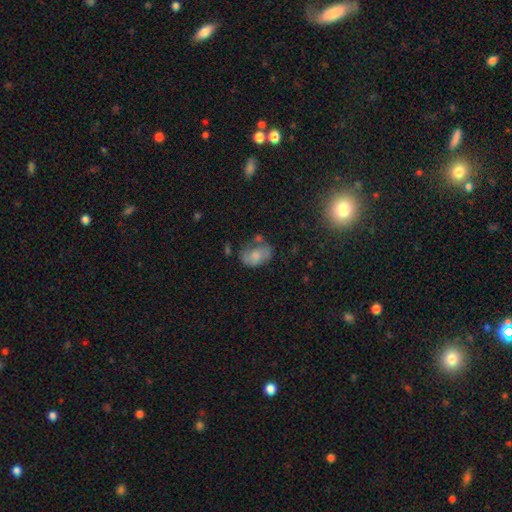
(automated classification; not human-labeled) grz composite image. It shows a smooth galaxy with no disk features (63%) that is in between round and cigar-shaped (79%). Merging: none (42%).